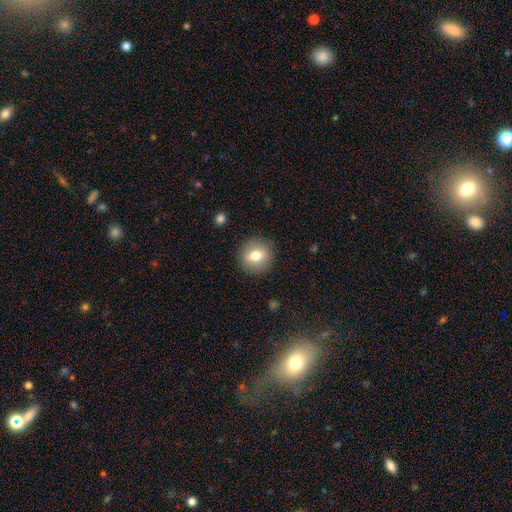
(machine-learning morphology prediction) Overall: smooth (72%). How rounded: round (79%). Merging: none (88%).